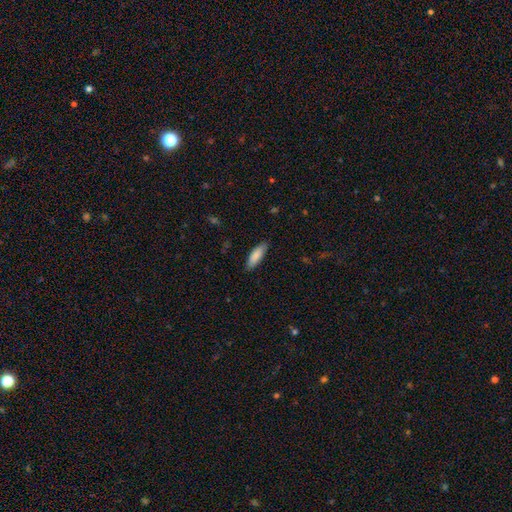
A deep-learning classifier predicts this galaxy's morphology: Smooth or featured?
  - smooth: 87% *
  - featured or disk: 8%
  - star or artifact: 5%
How rounded?
  - in between: 55% *
  - cigar-shaped: 43%
  - round: 1%
Merging?
  - none: 85% *
  - minor disturbance: 12%
  - major disturbance: 2%
  - merger: 1%